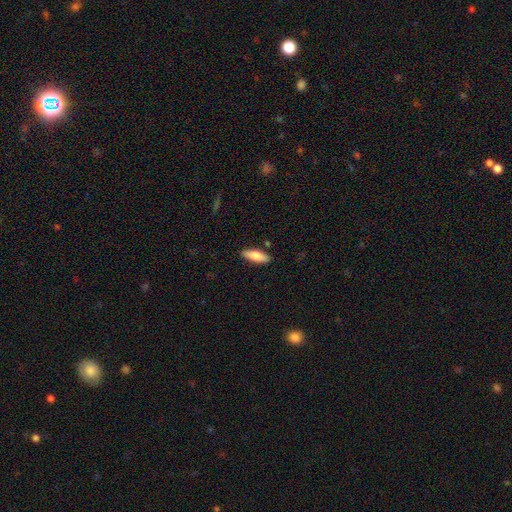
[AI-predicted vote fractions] Smooth or featured? Predicted: smooth (p=0.77). How rounded? Predicted: in between (p=0.57). Merging? Predicted: none (p=0.87).